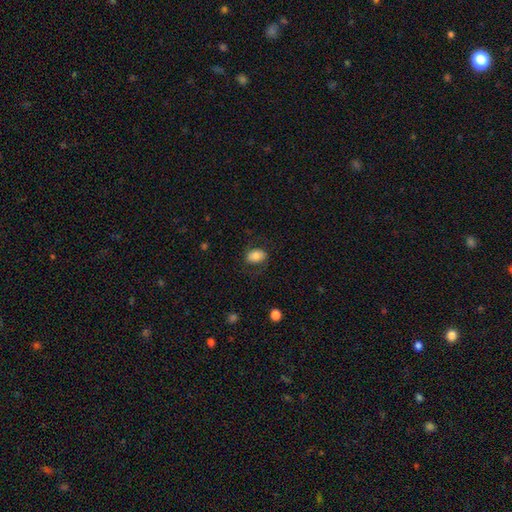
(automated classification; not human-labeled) The model was most divided on "merging": none: 70%, minor disturbance: 18%, major disturbance: 11%, merger: 1%. More confident: how rounded — in between (77%); smooth or featured — smooth (75%).